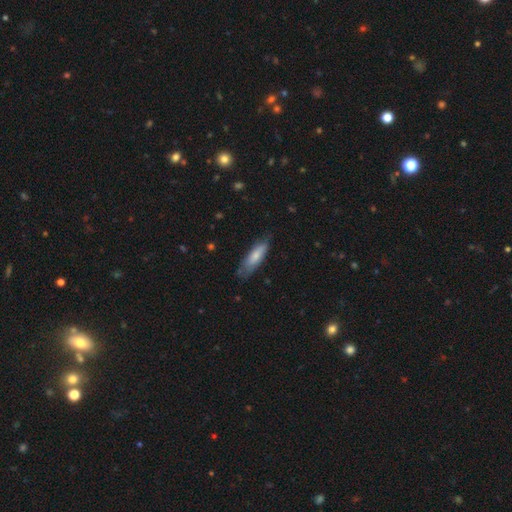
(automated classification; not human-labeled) This is likely a smooth galaxy (72%). How rounded: possibly cigar-shaped (51%). Merging: likely none (67%).